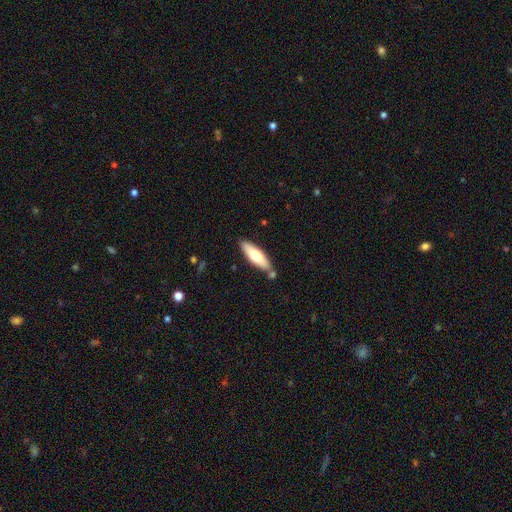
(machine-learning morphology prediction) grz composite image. It shows a smooth galaxy with no disk features (71%) that is cigar-shaped (54%). Merging: none (77%).